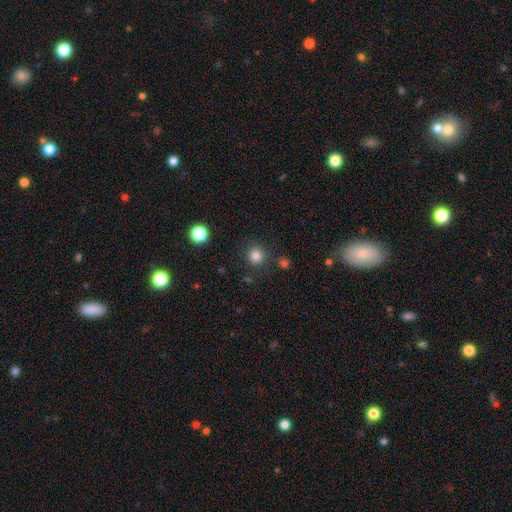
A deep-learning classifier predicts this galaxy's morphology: This appears to be a smooth galaxy with no disk features (81%) that is round (93%). Merging: none (86%).